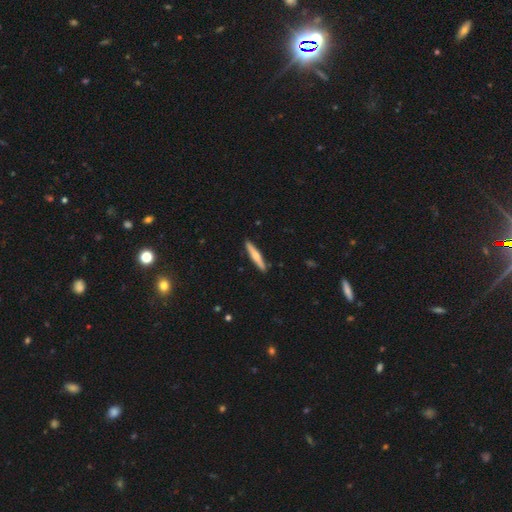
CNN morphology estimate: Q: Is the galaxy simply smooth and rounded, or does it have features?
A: smooth — 49%.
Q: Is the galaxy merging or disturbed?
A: none — 90%.